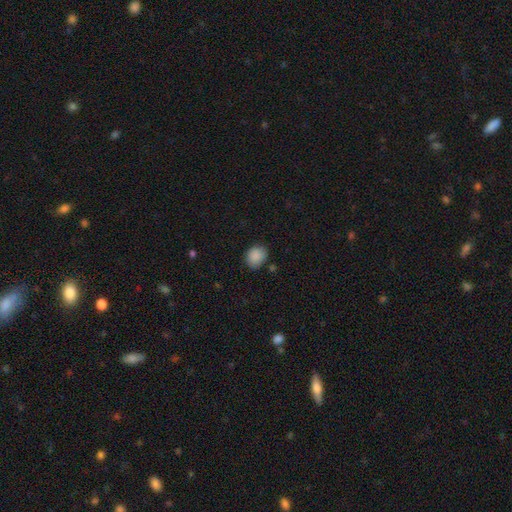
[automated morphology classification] Q: Smooth or featured?
A: smooth (88%); runner-up: star or artifact (8%)
Q: How rounded?
A: round (59%); runner-up: in between (40%)
Q: Merging?
A: none (77%); runner-up: minor disturbance (17%)